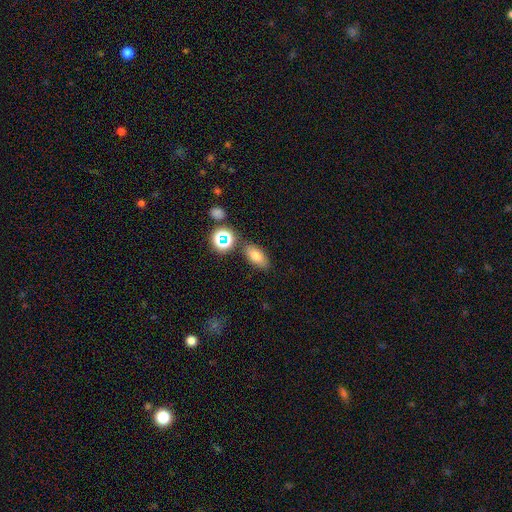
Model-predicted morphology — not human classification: Smooth or featured? Predicted: smooth (p=0.73). How rounded? Predicted: in between (p=0.84). Merging? Predicted: none (p=0.78).